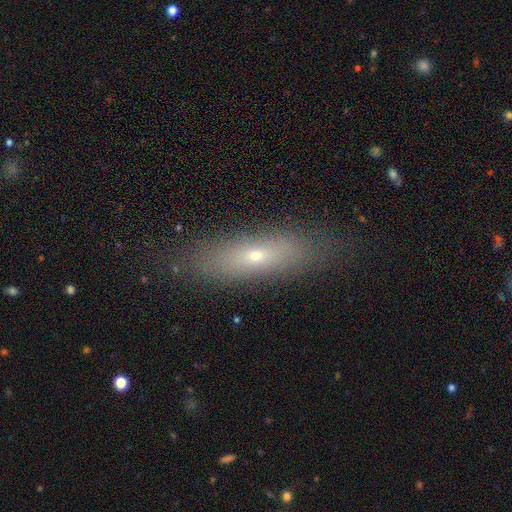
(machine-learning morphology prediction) A smooth galaxy with no disk features (55%) that is cigar-shaped (63%). Merging: none (84%).